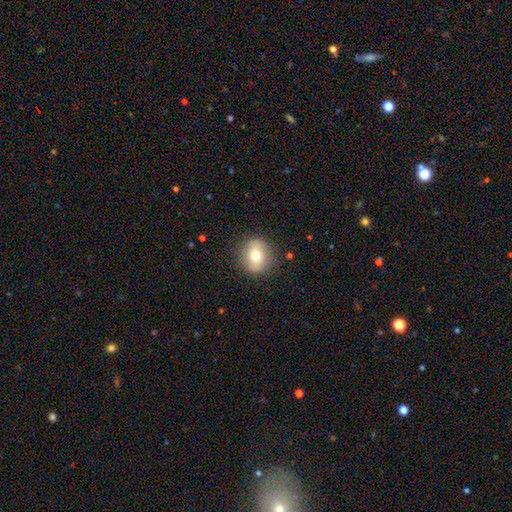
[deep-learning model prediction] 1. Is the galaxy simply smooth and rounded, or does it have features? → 64% smooth, 28% featured or disk, 8% star or artifact.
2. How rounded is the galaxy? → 77% round, 21% in between, 2% cigar-shaped.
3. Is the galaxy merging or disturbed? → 86% none, 10% minor disturbance, 3% major disturbance, 1% merger.